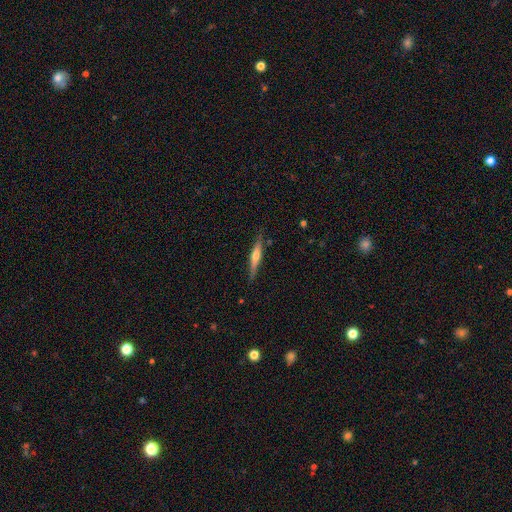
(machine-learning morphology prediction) This appears to be a featured or disk galaxy (57%) viewed edge-on (95%) with a rounded central bulge (83%). Merging: none (84%).